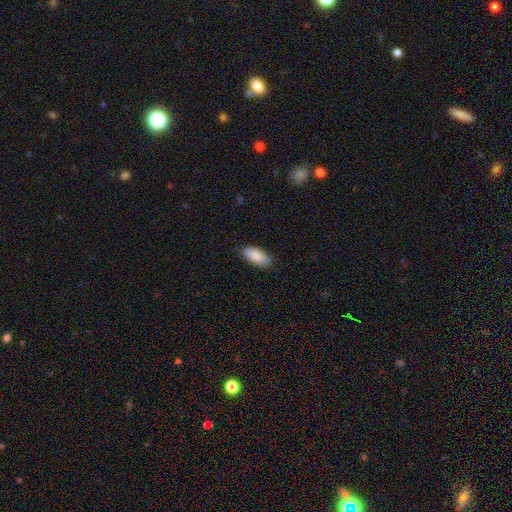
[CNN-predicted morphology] type=smooth (89%); roundness=in between (88%); merging=none (86%).